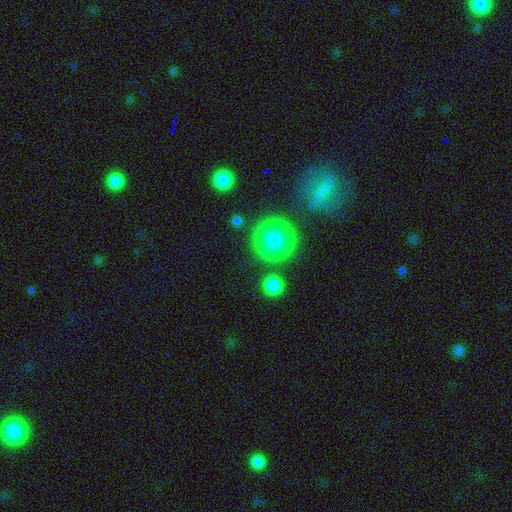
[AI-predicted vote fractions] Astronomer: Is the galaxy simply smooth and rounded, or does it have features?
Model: star or artifact — 62%.